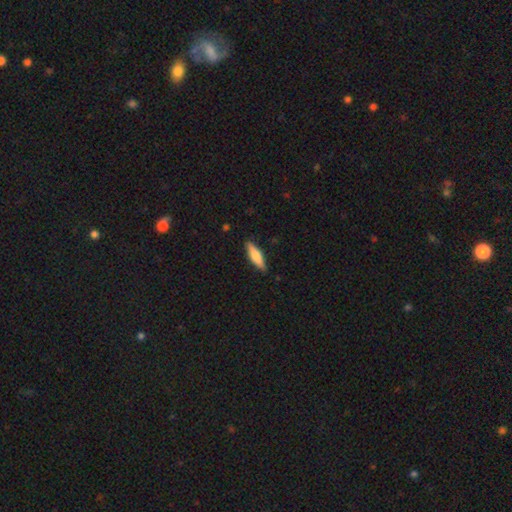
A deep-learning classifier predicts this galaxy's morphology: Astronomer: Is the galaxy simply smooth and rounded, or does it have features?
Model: smooth — 63%.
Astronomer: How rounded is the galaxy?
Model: cigar-shaped — 65%.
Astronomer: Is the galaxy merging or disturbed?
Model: none — 88%.